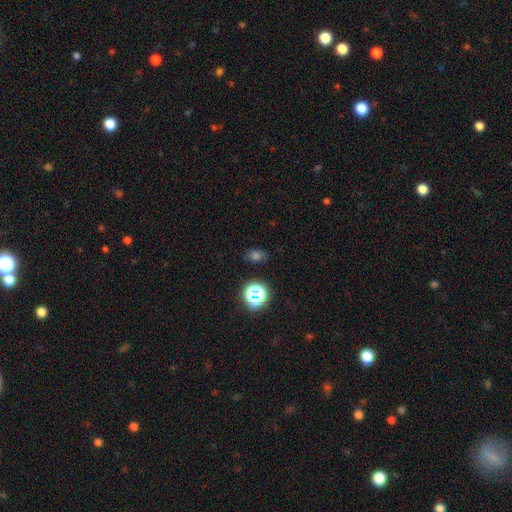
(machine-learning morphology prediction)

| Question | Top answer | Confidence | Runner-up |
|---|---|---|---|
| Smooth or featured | smooth | 58% | star or artifact (34%) |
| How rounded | in between | 59% | round (39%) |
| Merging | none | 82% | minor disturbance (11%) |